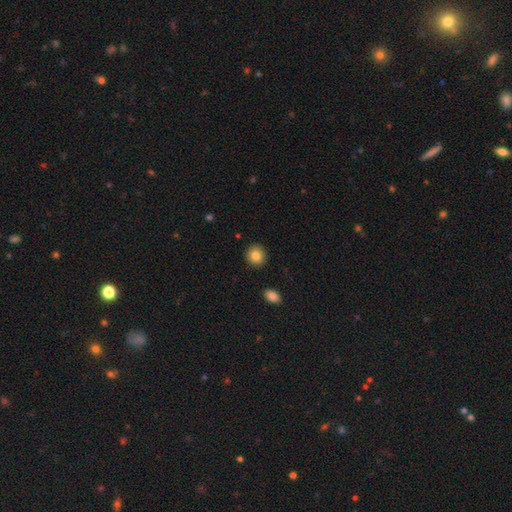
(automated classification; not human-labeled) A smooth galaxy with no disk features (84%) that is round (87%). Merging: none (91%).